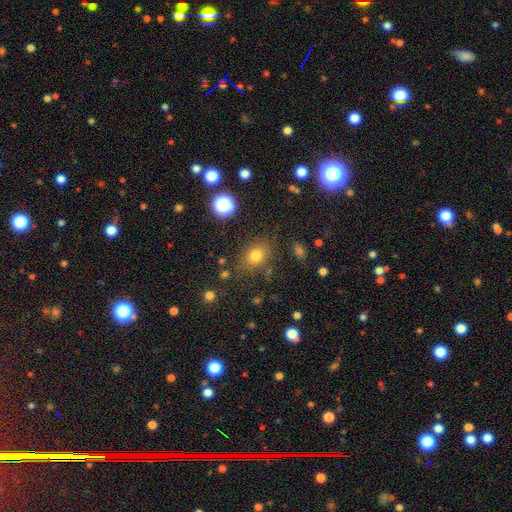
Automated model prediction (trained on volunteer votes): Smooth or featured: smooth — 74% (star or artifact — 18%)
How rounded: in between — 55% (round — 43%)
Merging: none — 79% (minor disturbance — 13%)